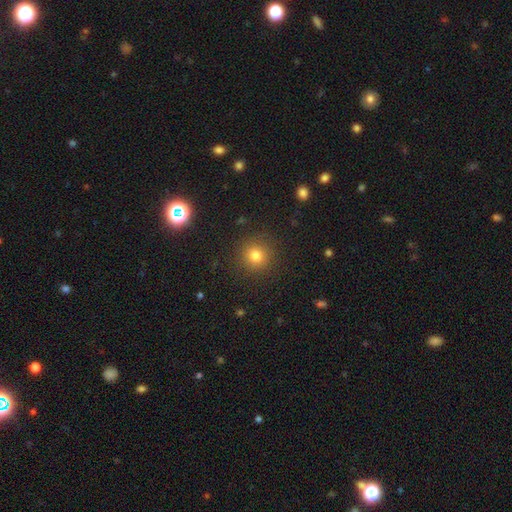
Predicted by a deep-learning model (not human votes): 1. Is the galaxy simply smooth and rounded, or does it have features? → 78% smooth, 15% star or artifact, 7% featured or disk.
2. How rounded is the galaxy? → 92% round, 7% in between, 1% cigar-shaped.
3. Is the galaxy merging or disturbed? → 89% none, 7% minor disturbance, 3% major disturbance, 1% merger.